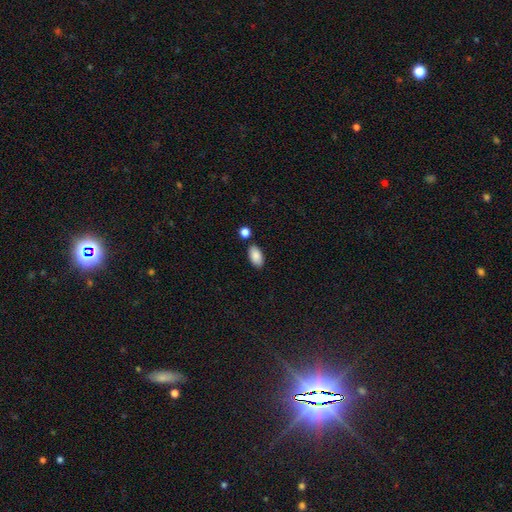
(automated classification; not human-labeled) smooth 88%, star or artifact 7%, featured or disk 5%. Down the decision tree: how rounded — in between (94%); merging — none (82%).